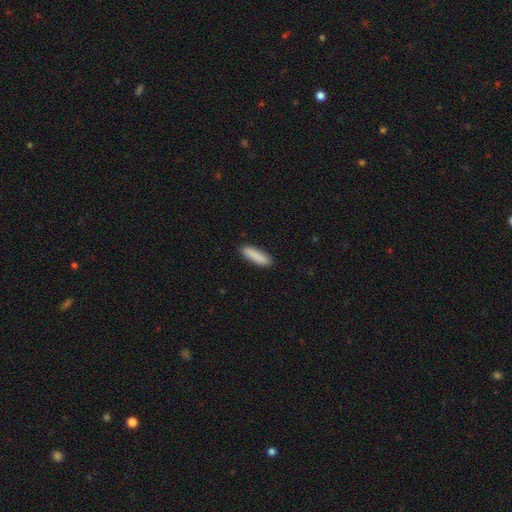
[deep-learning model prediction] smooth_or_featured: smooth (p=0.89) [alt: star or artifact p=0.06]
how_rounded: cigar-shaped (p=0.65) [alt: in between p=0.34]
merging: none (p=0.89) [alt: minor disturbance p=0.08]